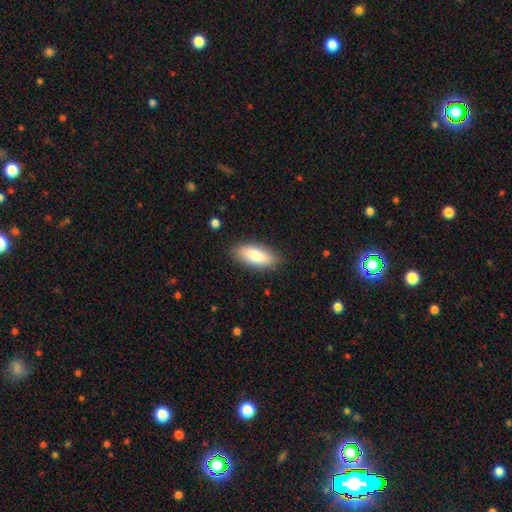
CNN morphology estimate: Smooth or featured?
  - smooth: 81% *
  - featured or disk: 12%
  - star or artifact: 6%
How rounded?
  - in between: 76% *
  - cigar-shaped: 22%
  - round: 2%
Merging?
  - none: 86% *
  - minor disturbance: 10%
  - major disturbance: 3%
  - merger: 1%